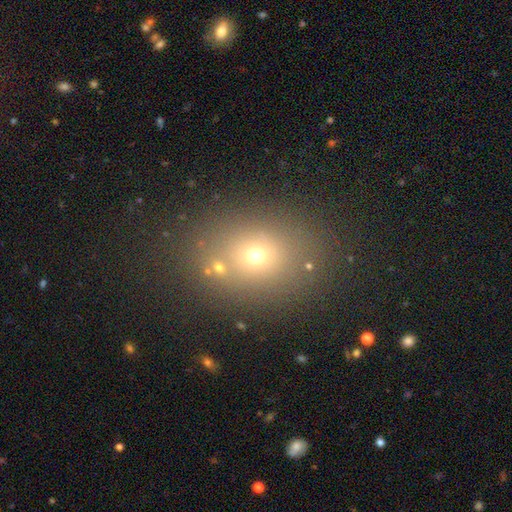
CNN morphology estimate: This is likely a smooth galaxy (63%). How rounded: possibly in between (52%). Merging: likely none (79%).